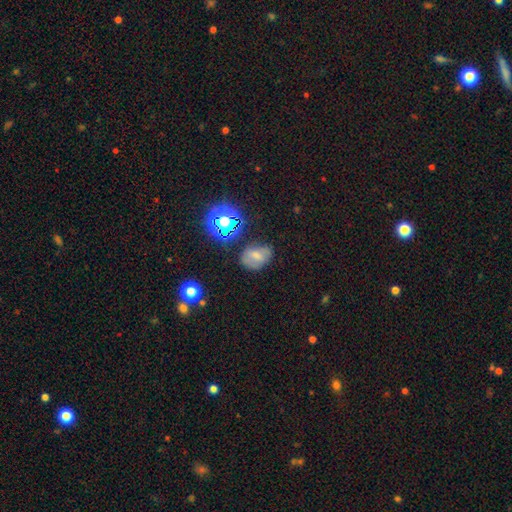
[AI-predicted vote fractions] Overall: smooth (59%; star or artifact 21%). How rounded: in between (72%). Merging: none (62%; minor disturbance 24%).